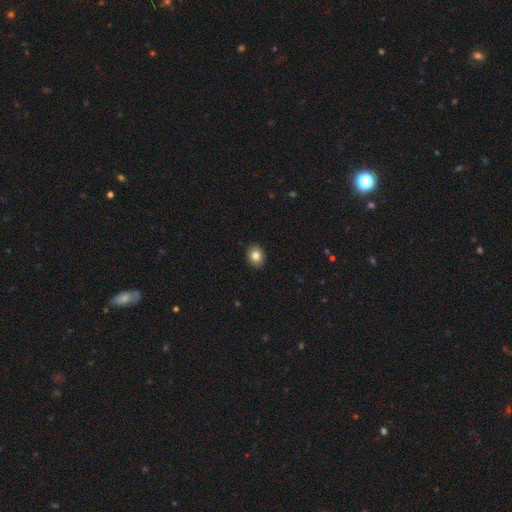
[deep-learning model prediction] This appears to be a smooth galaxy with no disk features (83%) that is round (51%). Merging: none (91%).